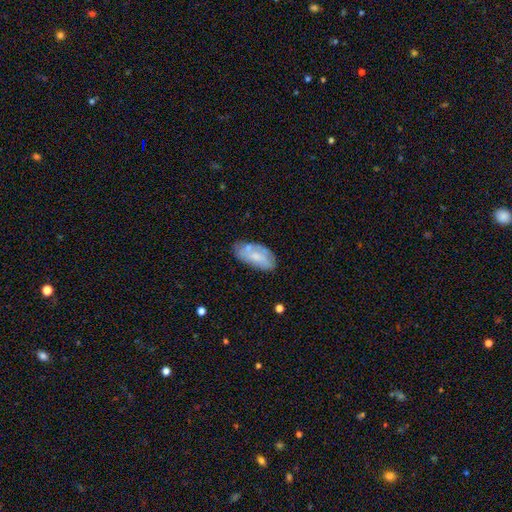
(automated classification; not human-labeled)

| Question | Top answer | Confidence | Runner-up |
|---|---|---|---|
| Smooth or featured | smooth | 55% | featured or disk (38%) |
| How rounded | in between | 90% | cigar-shaped (7%) |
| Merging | none | 59% | minor disturbance (26%) |